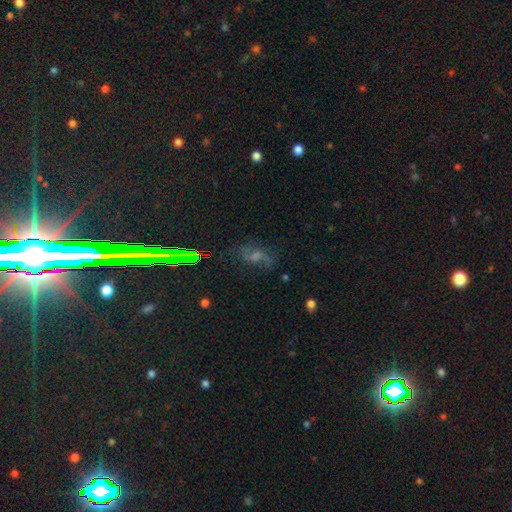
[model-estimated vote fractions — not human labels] featured or disk 43%, star or artifact 31%, smooth 26%. Down the decision tree: merging — none (63%).